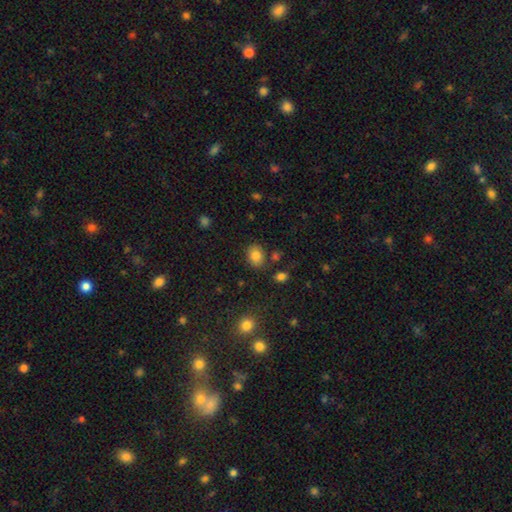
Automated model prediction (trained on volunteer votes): This is clearly a smooth galaxy (83%). How rounded: possibly in between (54%). Merging: clearly none (82%).